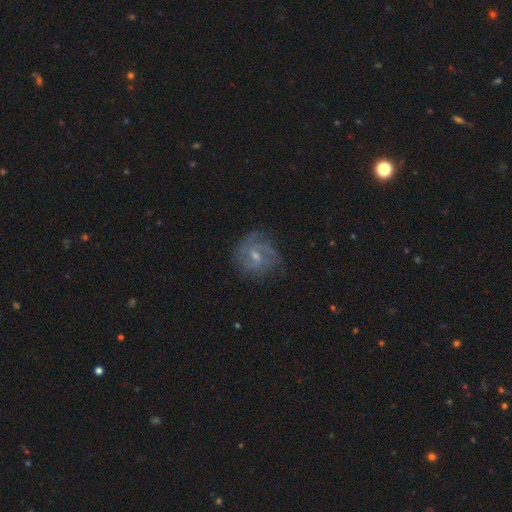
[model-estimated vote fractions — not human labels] Q: Smooth or featured?
A: featured or disk (73%); runner-up: smooth (19%)
Q: Edge-on disk?
A: no (97%); runner-up: yes (3%)
Q: Bar?
A: weak (53%); runner-up: no (37%)
Q: Spiral arms?
A: yes (86%); runner-up: no (14%)
Q: Spiral winding?
A: tight (42%); runner-up: medium (41%)
Q: Spiral arm count?
A: can't tell (35%); runner-up: 2 (26%)
Q: Bulge size?
A: small (51%); runner-up: moderate (41%)
Q: Merging?
A: none (63%); runner-up: minor disturbance (22%)